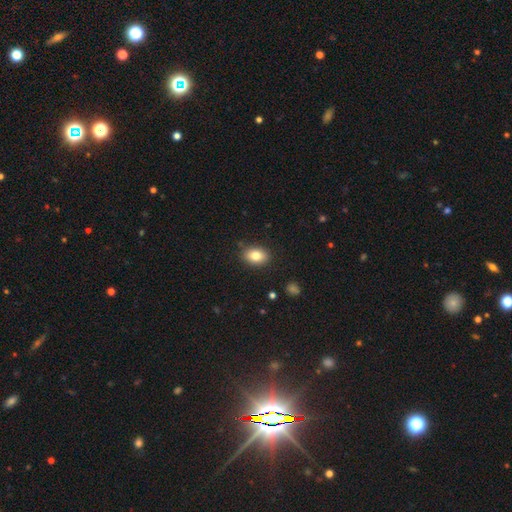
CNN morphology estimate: This is clearly a smooth galaxy (83%). How rounded: likely in between (80%). Merging: clearly none (86%).